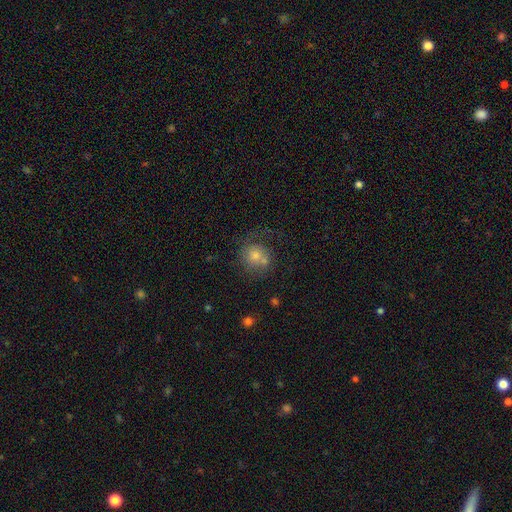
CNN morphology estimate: Q: Smooth or featured?
A: smooth (55%); runner-up: featured or disk (30%)
Q: How rounded?
A: round (83%); runner-up: in between (16%)
Q: Merging?
A: none (45%); runner-up: merger (24%)